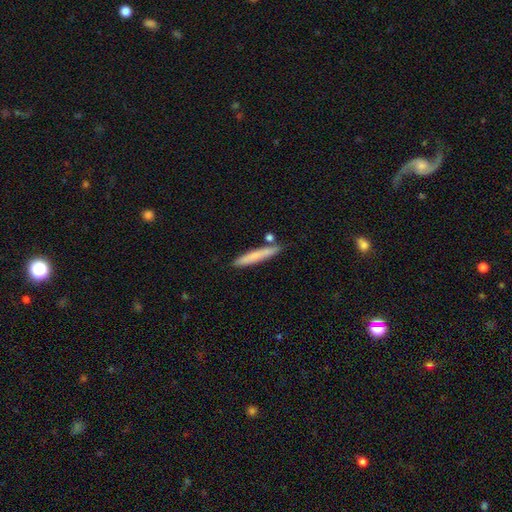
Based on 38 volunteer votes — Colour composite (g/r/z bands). It shows a smooth galaxy with no disk features (66%) that is cigar-shaped (96%). Merging: none (81%).